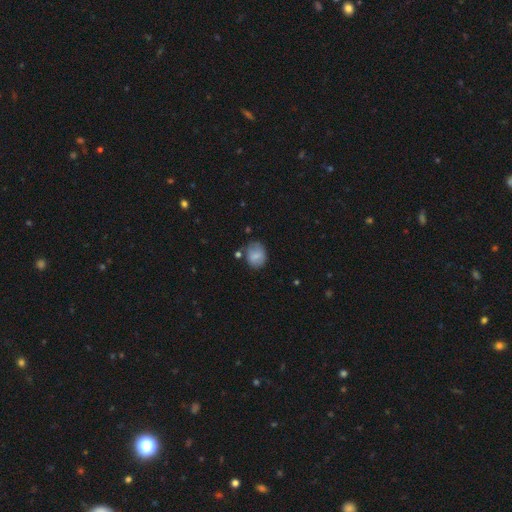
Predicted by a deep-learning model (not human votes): Morphology: type=smooth (78%); roundness=round (59%); merging=none (66%).